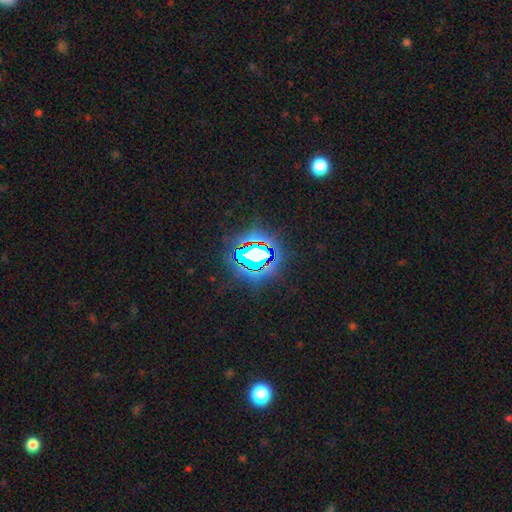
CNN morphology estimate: This appears to be a star or artifact, not a galaxy (73%).